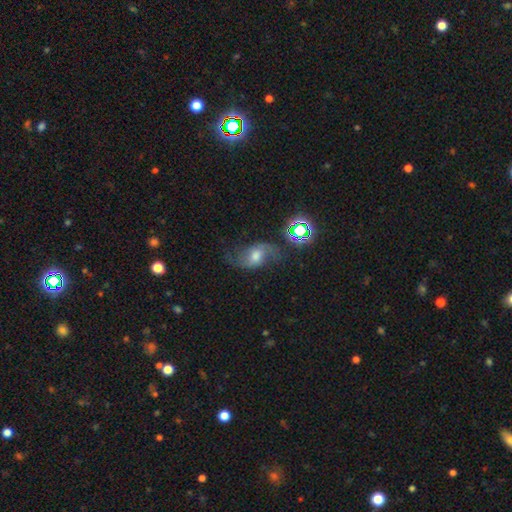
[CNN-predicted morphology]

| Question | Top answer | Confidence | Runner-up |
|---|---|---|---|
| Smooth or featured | featured or disk | 63% | smooth (21%) |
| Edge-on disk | no | 95% | yes (5%) |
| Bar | no | 45% | weak (42%) |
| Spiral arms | yes | 90% | no (10%) |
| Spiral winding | loose | 75% | medium (20%) |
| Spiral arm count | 2 | 89% | can't tell (5%) |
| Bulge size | moderate | 57% | small (20%) |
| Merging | none | 62% | minor disturbance (20%) |